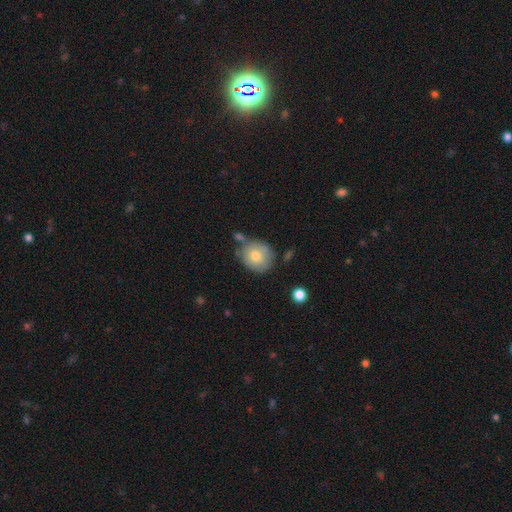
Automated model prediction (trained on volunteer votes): smooth-or-featured: smooth: 74% | featured or disk: 18% | star or artifact: 8%
  how-rounded: round: 82% | in between: 17% | cigar-shaped: 1%
  merging: none: 66% | minor disturbance: 19% | merger: 10% | major disturbance: 4%